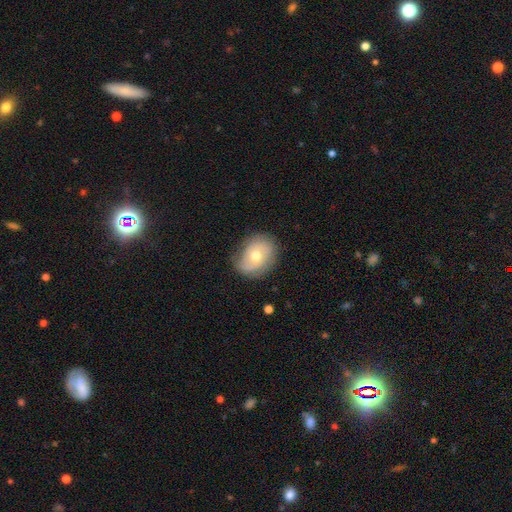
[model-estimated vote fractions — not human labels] smooth_or_featured: featured or disk (p=0.49) [alt: smooth p=0.44]
merging: none (p=0.72) [alt: minor disturbance p=0.21]